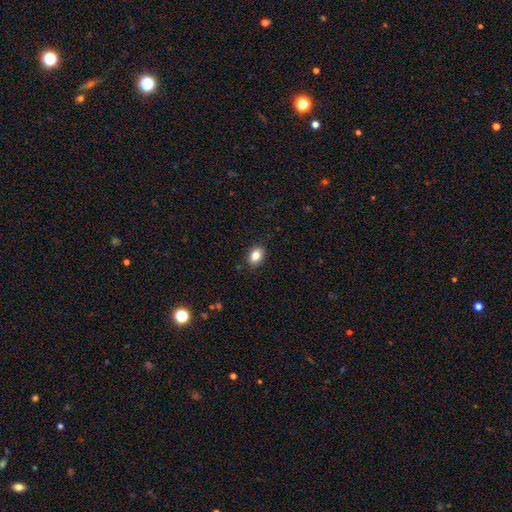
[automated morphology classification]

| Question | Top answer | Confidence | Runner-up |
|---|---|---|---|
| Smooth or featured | smooth | 85% | star or artifact (9%) |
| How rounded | in between | 69% | round (30%) |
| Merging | none | 89% | minor disturbance (8%) |